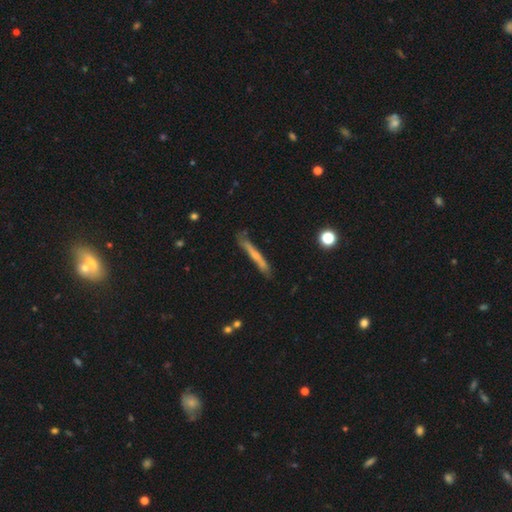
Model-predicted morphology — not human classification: Smooth or featured: smooth — 53% (featured or disk — 39%)
How rounded: cigar-shaped — 95% (in between — 3%)
Merging: none — 72% (minor disturbance — 20%)